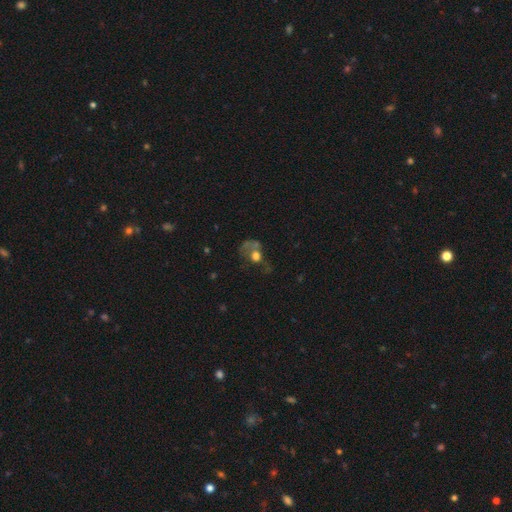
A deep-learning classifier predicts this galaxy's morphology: smooth_or_featured: smooth (p=0.50) [alt: featured or disk p=0.32]
how_rounded: round (p=0.60) [alt: in between p=0.38]
merging: major disturbance (p=0.39) [alt: none p=0.27]